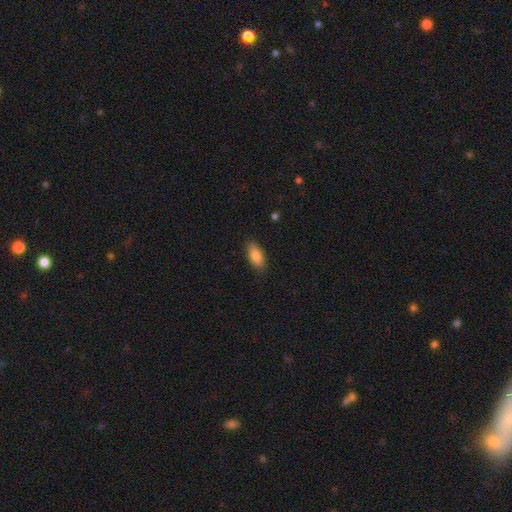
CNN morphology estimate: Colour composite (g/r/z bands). It shows a smooth galaxy with no disk features (82%) that is in between round and cigar-shaped (82%). Merging: none (86%).